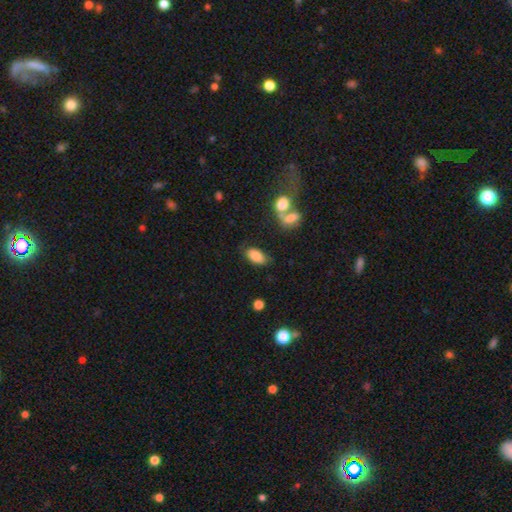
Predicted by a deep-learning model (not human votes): The model was most divided on "merging": none: 72%, minor disturbance: 17%, merger: 5%, major disturbance: 5%. More confident: how rounded — in between (92%); smooth or featured — smooth (84%).